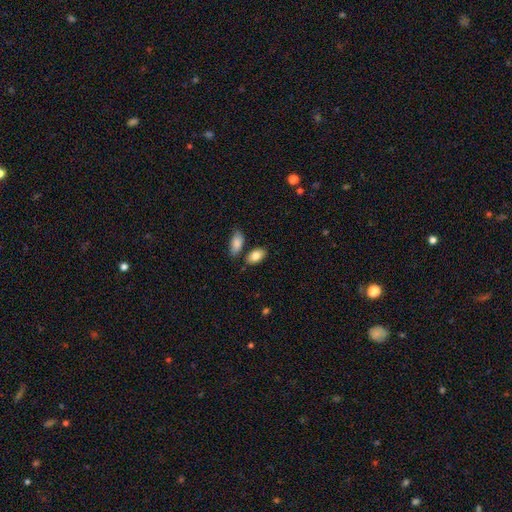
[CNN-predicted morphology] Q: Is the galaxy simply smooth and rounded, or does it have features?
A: smooth — 84%.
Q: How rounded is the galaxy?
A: in between — 92%.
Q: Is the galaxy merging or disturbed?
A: none — 75%.